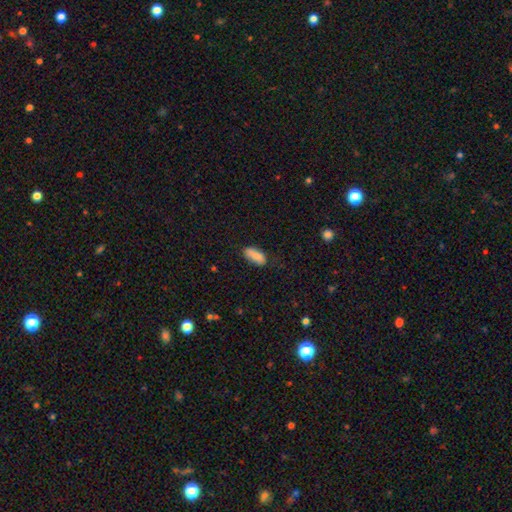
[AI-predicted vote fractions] The model was most divided on "merging": none: 74%, minor disturbance: 20%, major disturbance: 4%, merger: 2%. More confident: smooth or featured — smooth (84%); how rounded — in between (84%).